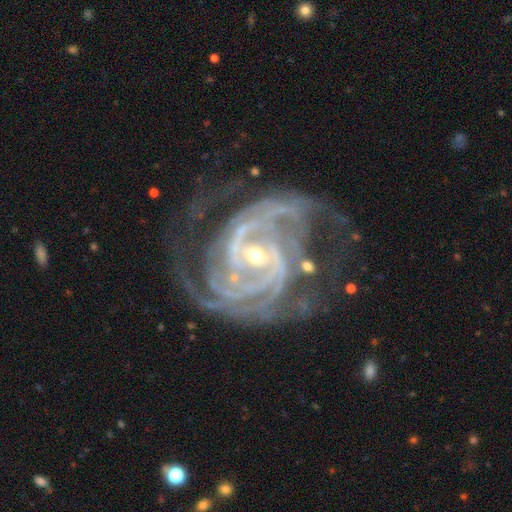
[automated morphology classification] A featured or disk galaxy (93%) with a weak bar (37%), 2 (34%) tight (58%) spiral arms (99%) and a small central bulge (68%).

Vote fractions:
- Smooth or featured? featured or disk: 93% / star or artifact: 5% / smooth: 2%
- Edge-on disk? no: 97% / yes: 3%
- Bar? weak: 37% / no: 32% / strong: 31%
- Spiral arms? yes: 99% / no: 1%
- Spiral winding? tight: 58% / medium: 35% / loose: 6%
- Spiral arm count? 2: 34% / 3: 22% / 4: 14% / can't tell: 14% / more than 4: 8% / 1: 7%
- Bulge size? small: 68% / moderate: 29% / large: 1% / none: 1% / dominant: 1%
- Merging? none: 64% / minor disturbance: 18% / major disturbance: 16% / merger: 2%